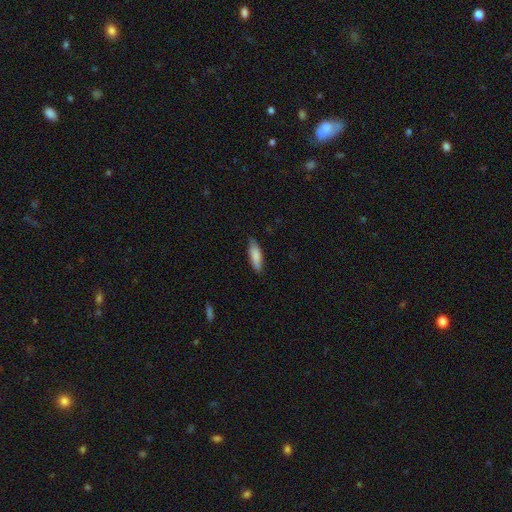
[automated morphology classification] Overall: smooth (84%). How rounded: cigar-shaped (54%; in between 45%). Merging: none (82%).